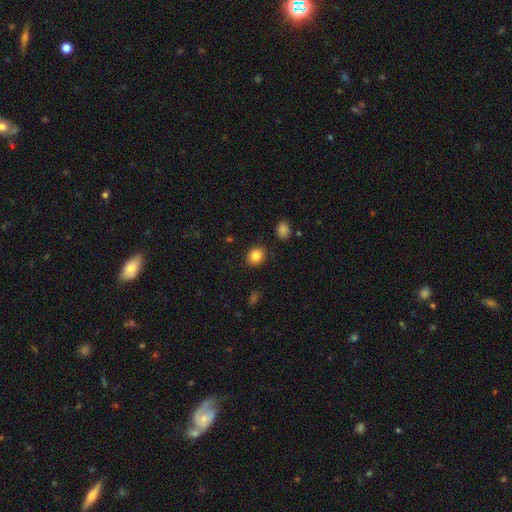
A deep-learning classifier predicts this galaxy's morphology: smooth_or_featured: smooth (p=0.86) [alt: star or artifact p=0.09]
how_rounded: round (p=0.68) [alt: in between p=0.32]
merging: none (p=0.88) [alt: minor disturbance p=0.07]